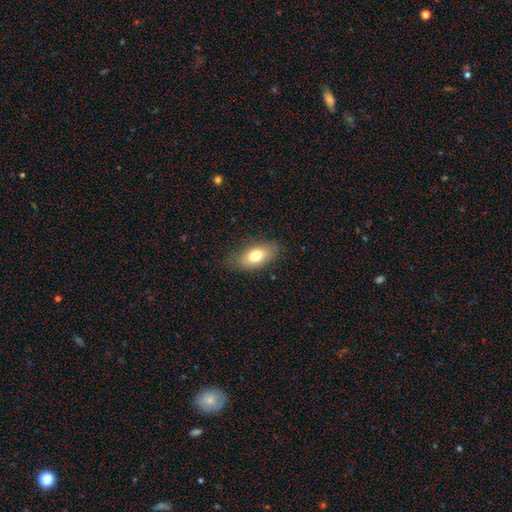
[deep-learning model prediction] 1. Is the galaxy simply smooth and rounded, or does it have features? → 73% smooth, 19% featured or disk, 8% star or artifact.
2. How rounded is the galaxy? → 87% in between, 7% cigar-shaped, 6% round.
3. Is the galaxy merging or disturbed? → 79% none, 16% minor disturbance, 4% major disturbance, 1% merger.